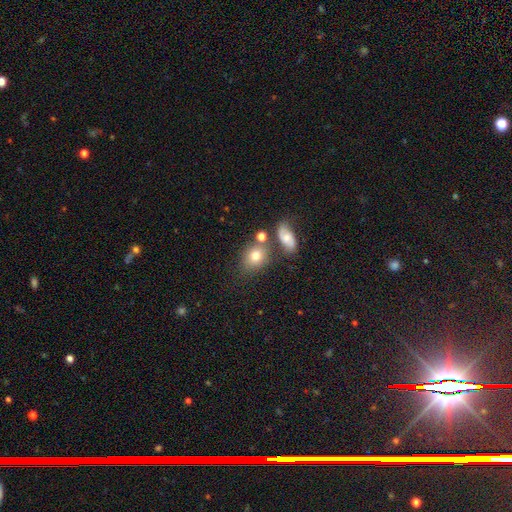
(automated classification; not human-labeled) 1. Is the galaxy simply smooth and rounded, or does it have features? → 74% smooth, 15% featured or disk, 11% star or artifact.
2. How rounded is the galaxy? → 56% in between, 42% round, 2% cigar-shaped.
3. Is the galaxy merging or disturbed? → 59% none, 21% merger, 15% minor disturbance, 6% major disturbance.